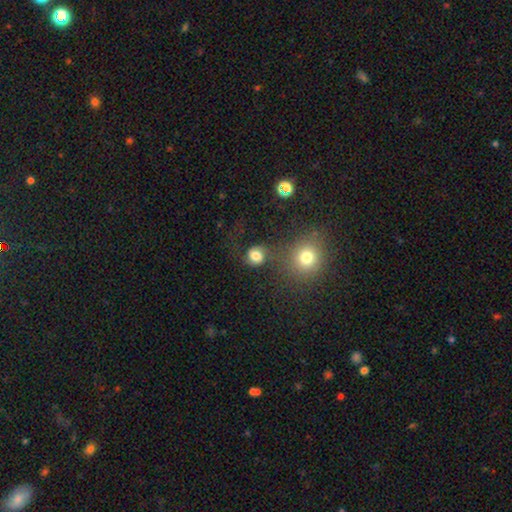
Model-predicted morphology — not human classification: smooth 71%, featured or disk 18%, star or artifact 11%. Down the decision tree: how rounded — round (81%); merging — none (53%).